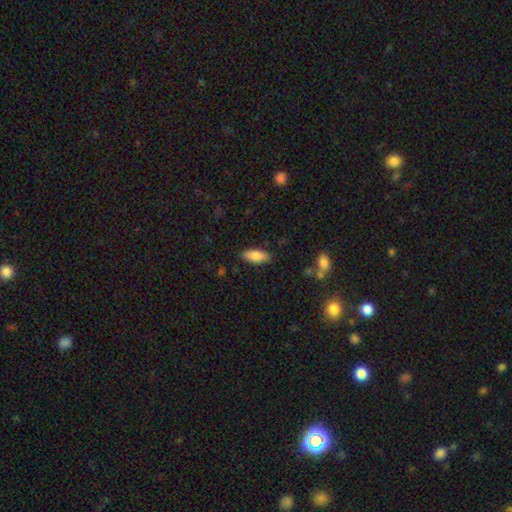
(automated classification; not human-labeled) A smooth galaxy with no disk features (83%) that is in between round and cigar-shaped (76%). Merging: none (86%).